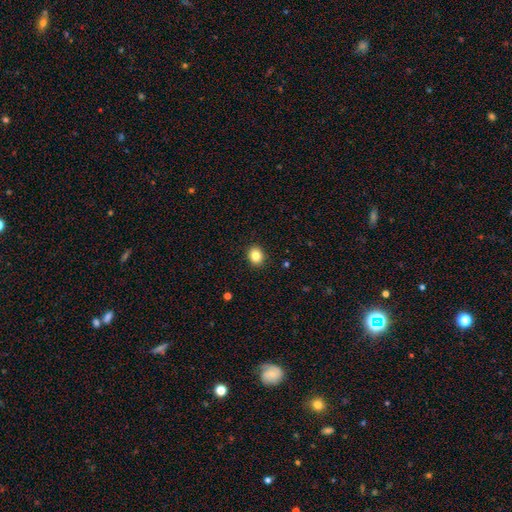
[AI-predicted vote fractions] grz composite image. It shows a smooth galaxy with no disk features (84%) that is round (65%). Merging: none (91%).